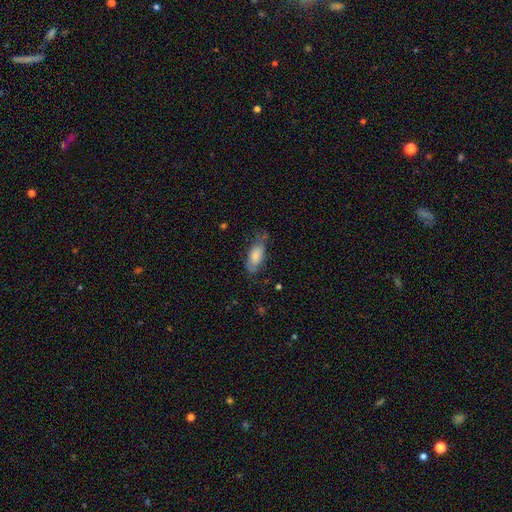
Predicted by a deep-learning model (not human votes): smooth_or_featured: smooth (p=0.73) [alt: featured or disk p=0.20]
how_rounded: in between (p=0.85) [alt: cigar-shaped p=0.12]
merging: none (p=0.54) [alt: minor disturbance p=0.31]